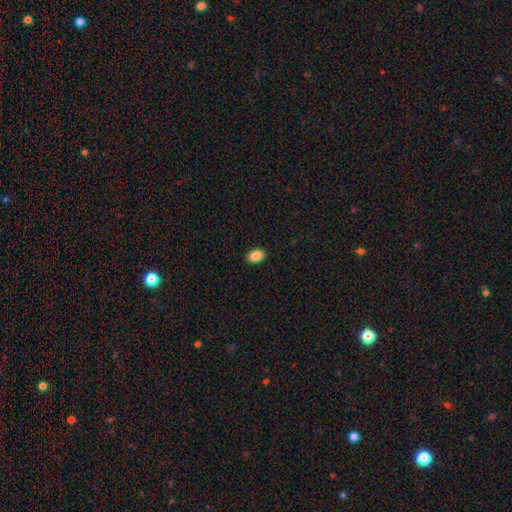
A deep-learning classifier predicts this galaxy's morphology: smooth-or-featured: smooth: 89% | star or artifact: 8% | featured or disk: 3%
  how-rounded: in between: 85% | round: 14% | cigar-shaped: 1%
  merging: none: 91% | minor disturbance: 7% | major disturbance: 2% | merger: 1%